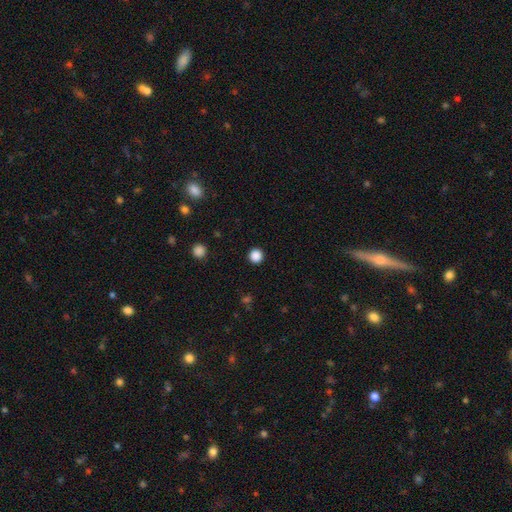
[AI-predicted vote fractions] This is clearly a smooth galaxy (87%). How rounded: clearly round (94%). Merging: clearly none (92%).